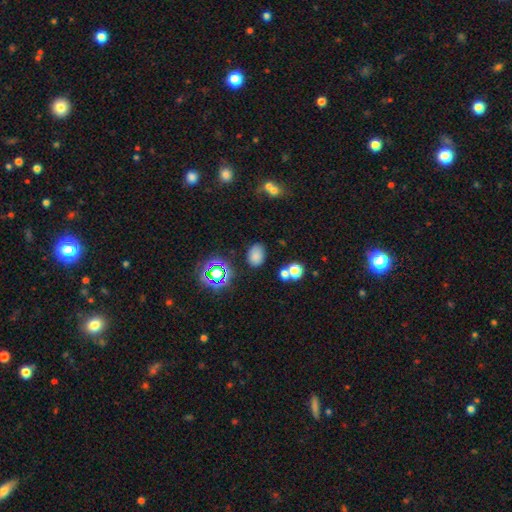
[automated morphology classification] type=smooth (75%); roundness=in between (76%); merging=none (79%).